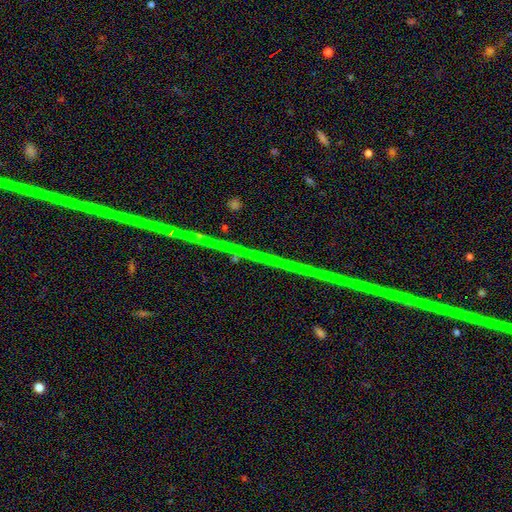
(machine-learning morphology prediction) The model was most divided on "smooth or featured": star or artifact: 87%, featured or disk: 9%, smooth: 5%.